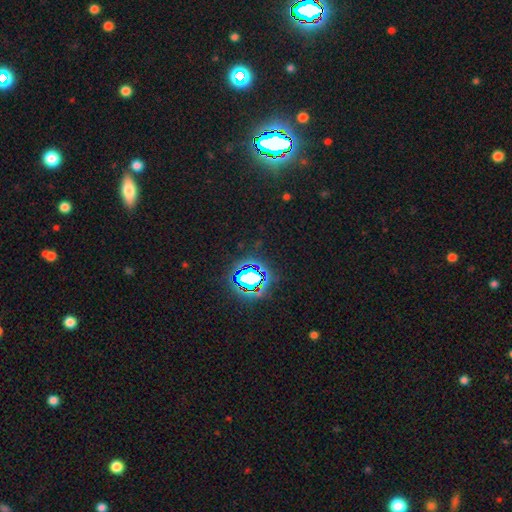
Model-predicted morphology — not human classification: The model was most divided on "smooth or featured": star or artifact: 79%, smooth: 12%, featured or disk: 9%.